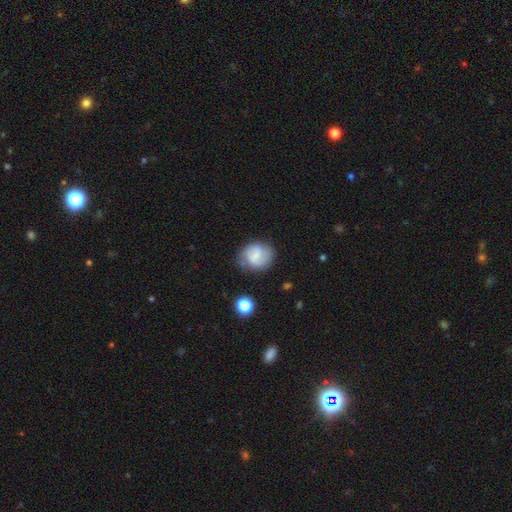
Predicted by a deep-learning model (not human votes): smooth 54%, featured or disk 37%, star or artifact 9%. Down the decision tree: how rounded — round (67%); merging — none (63%).